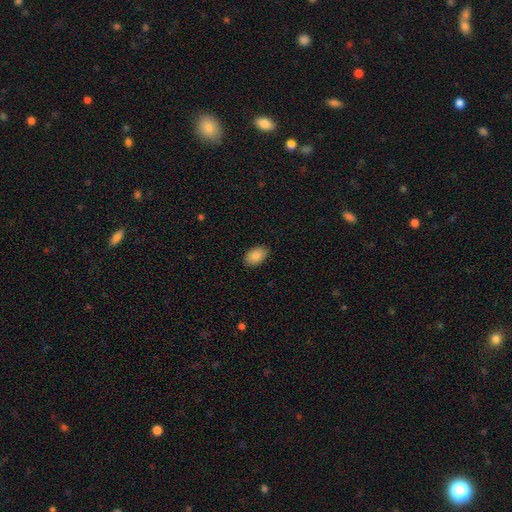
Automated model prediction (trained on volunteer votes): Smooth or featured: smooth — 89% (star or artifact — 7%)
How rounded: in between — 90% (round — 8%)
Merging: none — 88% (minor disturbance — 9%)